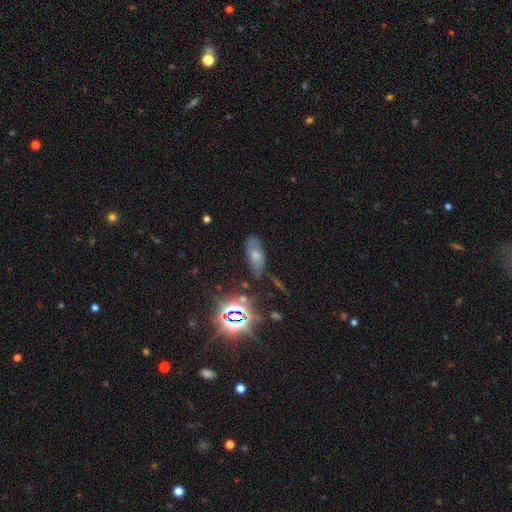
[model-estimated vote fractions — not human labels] Morphology: type=smooth (52%); roundness=in between (83%); merging=none (68%).